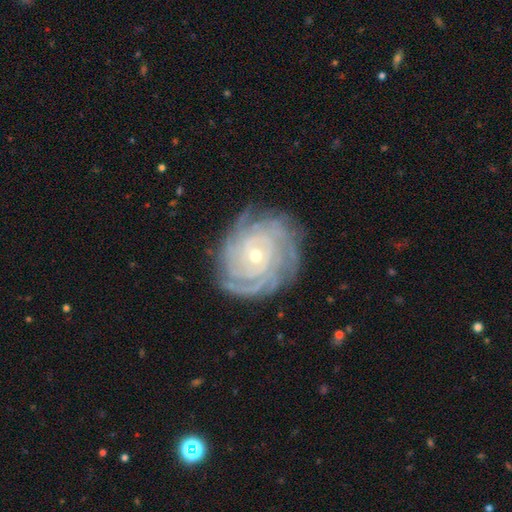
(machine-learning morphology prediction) Smooth or featured: featured or disk — 89% (star or artifact — 6%)
Edge-on disk: no — 97% (yes — 3%)
Bar: no — 71% (weak — 22%)
Spiral arms: yes — 98% (no — 2%)
Spiral winding: tight — 85% (medium — 13%)
Spiral arm count: 4 — 23% (tied with can't tell — 23%)
Bulge size: small — 58% (moderate — 39%)
Merging: none — 79% (minor disturbance — 15%)